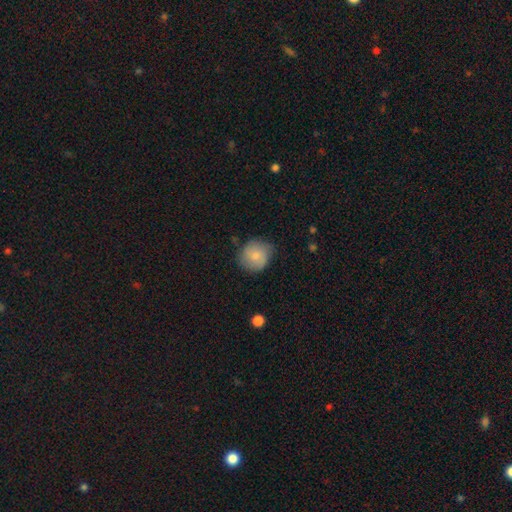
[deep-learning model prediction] Smooth or featured?
  - smooth: 76% *
  - featured or disk: 17%
  - star or artifact: 7%
How rounded?
  - round: 85% *
  - in between: 14%
  - cigar-shaped: 1%
Merging?
  - none: 69% *
  - minor disturbance: 24%
  - major disturbance: 5%
  - merger: 2%